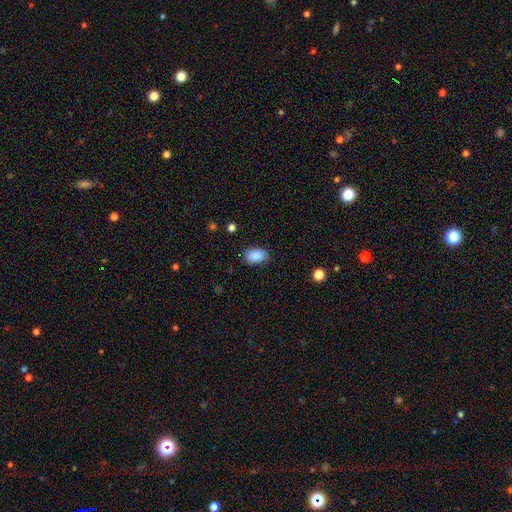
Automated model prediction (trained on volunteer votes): Smooth or featured?
  - smooth: 89% *
  - star or artifact: 7%
  - featured or disk: 4%
How rounded?
  - in between: 86% *
  - round: 13%
  - cigar-shaped: 1%
Merging?
  - none: 81% *
  - minor disturbance: 14%
  - major disturbance: 3%
  - merger: 1%